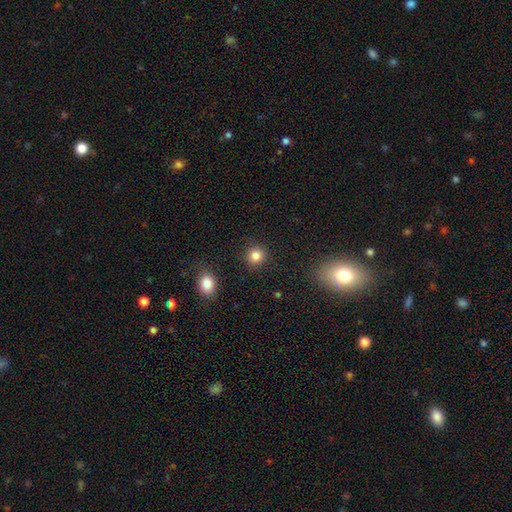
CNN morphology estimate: smooth-or-featured: smooth: 84% | star or artifact: 12% | featured or disk: 5%
  how-rounded: round: 91% | in between: 8% | cigar-shaped: 1%
  merging: none: 90% | minor disturbance: 6% | major disturbance: 2% | merger: 2%